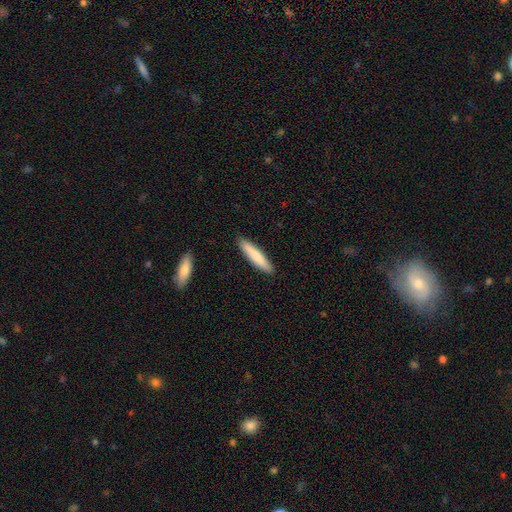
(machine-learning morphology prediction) This is clearly a smooth galaxy (81%). How rounded: clearly cigar-shaped (87%). Merging: clearly none (90%).